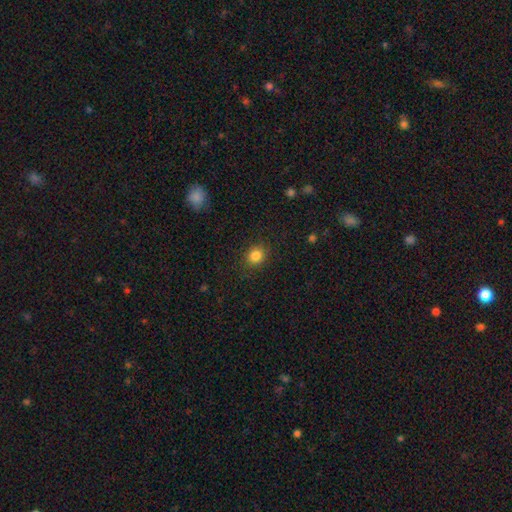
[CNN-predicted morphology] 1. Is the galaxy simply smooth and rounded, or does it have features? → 84% smooth, 11% star or artifact, 5% featured or disk.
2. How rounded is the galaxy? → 76% round, 23% in between, 1% cigar-shaped.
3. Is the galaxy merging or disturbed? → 88% none, 8% minor disturbance, 3% major disturbance, 1% merger.